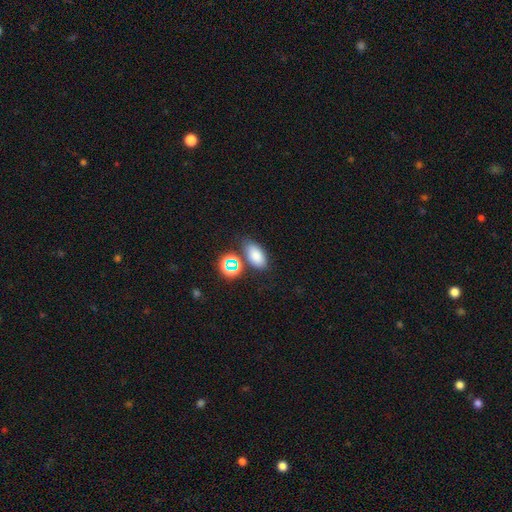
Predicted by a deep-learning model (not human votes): smooth_or_featured: smooth (p=0.76) [alt: star or artifact p=0.16]
how_rounded: in between (p=0.86) [alt: round p=0.11]
merging: none (p=0.71) [alt: minor disturbance p=0.14]